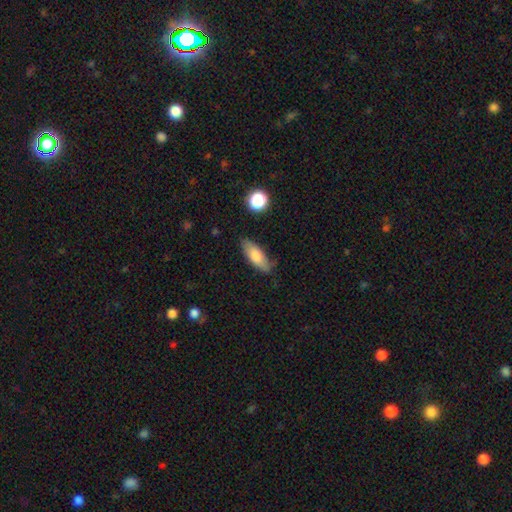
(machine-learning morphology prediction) The model was most divided on "how rounded": in between: 72%, cigar-shaped: 25%, round: 3%. More confident: merging — none (76%); smooth or featured — smooth (74%).